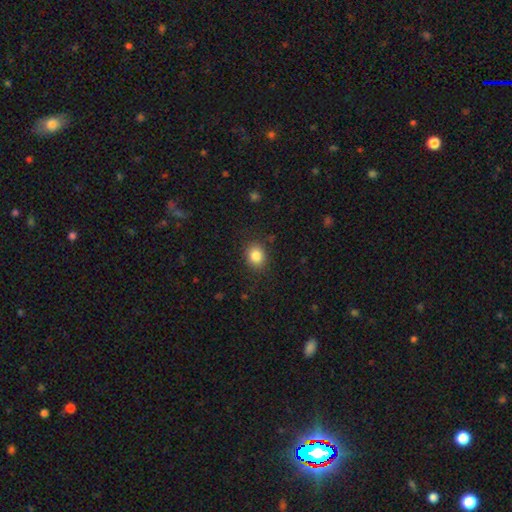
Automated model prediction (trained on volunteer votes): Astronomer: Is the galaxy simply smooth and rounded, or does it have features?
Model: smooth — 85%.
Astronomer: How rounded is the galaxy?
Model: round — 62% (runner-up: in between, 37%).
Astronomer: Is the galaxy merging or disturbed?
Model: none — 86%.